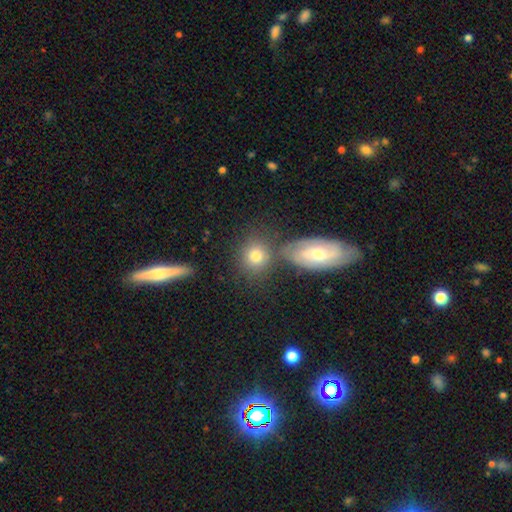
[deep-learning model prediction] This appears to be a smooth galaxy with no disk features (74%) that is round (72%). Merging: none (59%).